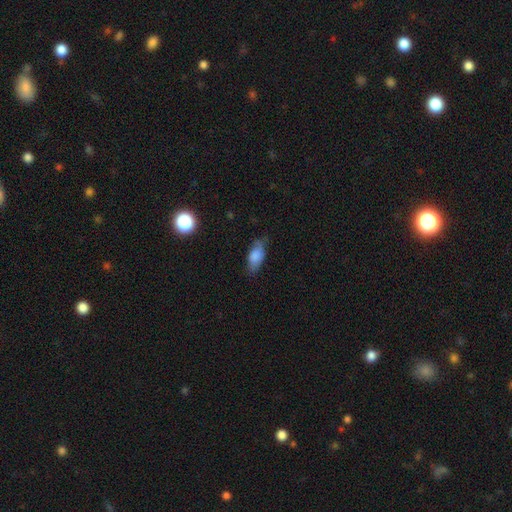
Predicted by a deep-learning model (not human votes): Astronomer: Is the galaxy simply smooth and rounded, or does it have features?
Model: smooth — 78%.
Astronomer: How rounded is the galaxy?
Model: in between — 84%.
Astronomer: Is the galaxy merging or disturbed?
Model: none — 66%.